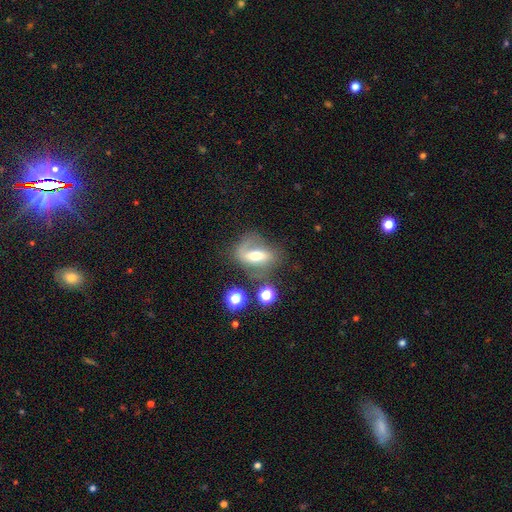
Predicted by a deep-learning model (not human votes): Smooth or featured? featured or disk (58%)
Edge-on disk? no (85%)
Merging? none (48%)